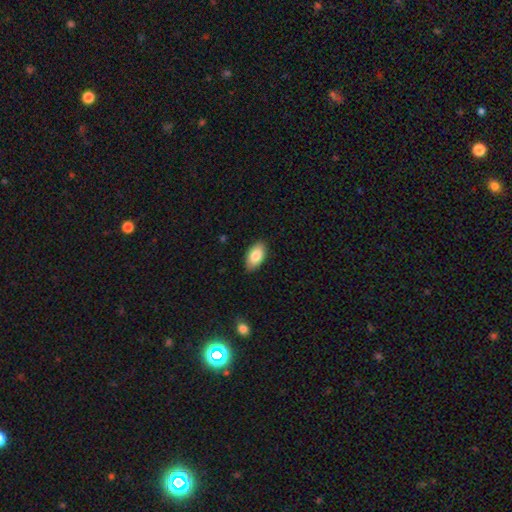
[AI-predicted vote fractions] Smooth or featured? Predicted: smooth (p=0.84). How rounded? Predicted: in between (p=0.95). Merging? Predicted: none (p=0.87).